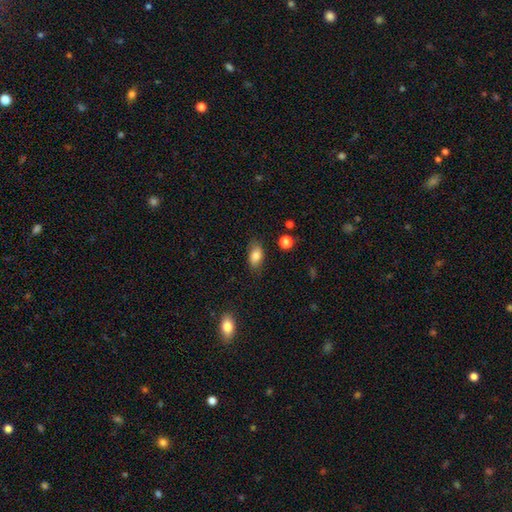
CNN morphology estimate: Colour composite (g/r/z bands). It shows a smooth galaxy with no disk features (82%) that is in between round and cigar-shaped (89%). Merging: none (78%).